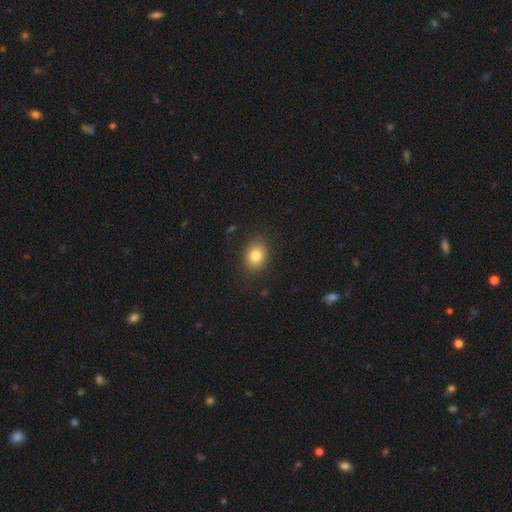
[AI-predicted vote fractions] Overall: smooth (82%). How rounded: in between (59%; round 40%). Merging: none (85%).